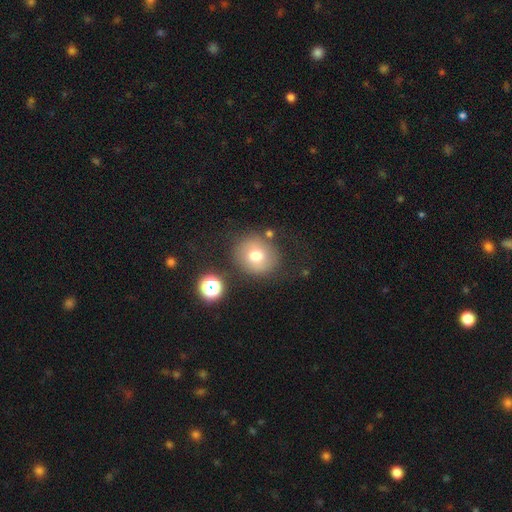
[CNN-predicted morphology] Overall: smooth (72%). How rounded: round (85%). Merging: none (78%).